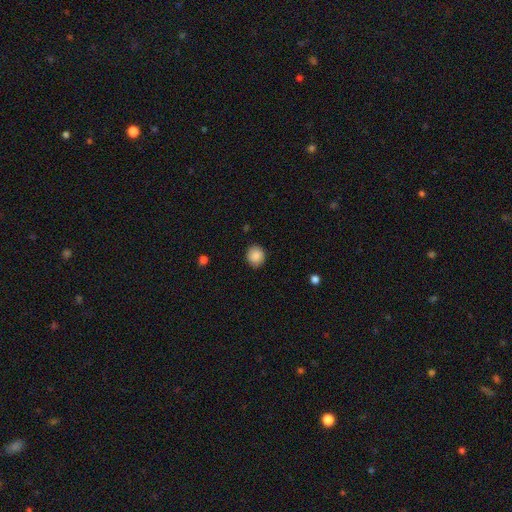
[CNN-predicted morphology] A smooth galaxy with no disk features (88%) that is round (82%).

Vote fractions:
- Smooth or featured? smooth: 88% / star or artifact: 8% / featured or disk: 4%
- How rounded? round: 82% / in between: 17% / cigar-shaped: 1%
- Merging? none: 88% / minor disturbance: 9% / major disturbance: 2% / merger: 1%